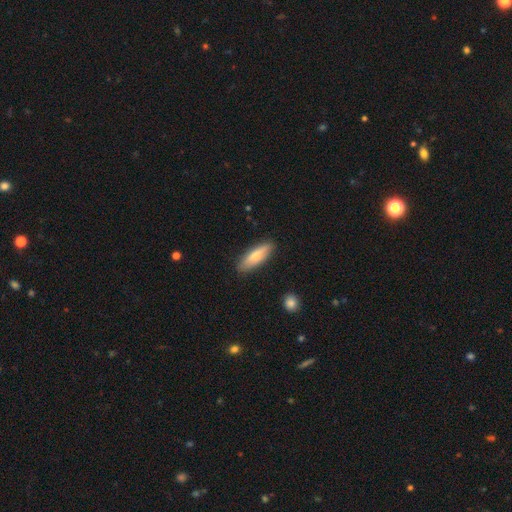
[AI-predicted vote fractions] smooth_or_featured: smooth (p=0.69) [alt: featured or disk p=0.25]
how_rounded: cigar-shaped (p=0.53) [alt: in between p=0.45]
merging: none (p=0.86) [alt: minor disturbance p=0.11]